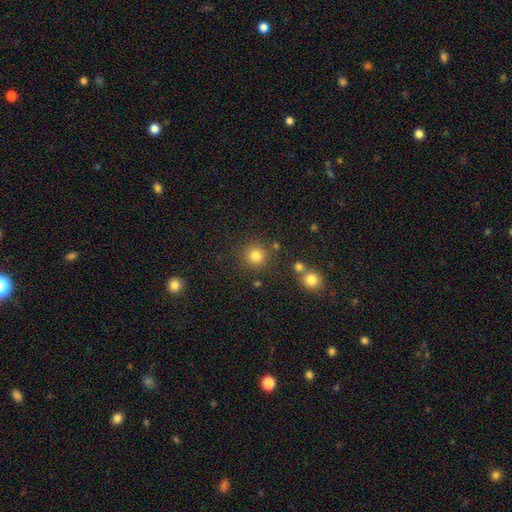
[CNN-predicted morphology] Smooth or featured? smooth (81%)
How rounded? round (93%)
Merging? none (84%)